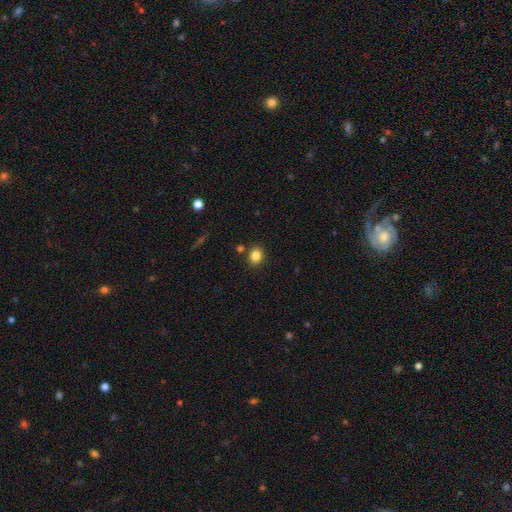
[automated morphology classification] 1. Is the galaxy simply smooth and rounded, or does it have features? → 84% smooth, 11% star or artifact, 5% featured or disk.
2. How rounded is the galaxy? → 61% round, 38% in between, 1% cigar-shaped.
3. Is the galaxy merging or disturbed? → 83% none, 9% minor disturbance, 5% merger, 3% major disturbance.